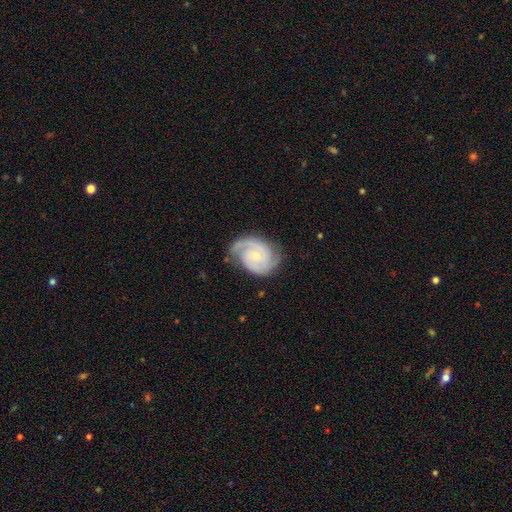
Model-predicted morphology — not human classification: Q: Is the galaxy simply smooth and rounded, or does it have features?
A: featured or disk — 87%.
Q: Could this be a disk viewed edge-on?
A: no — 98%.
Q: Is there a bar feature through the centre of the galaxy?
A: no — 68%.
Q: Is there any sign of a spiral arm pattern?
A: yes — 97%.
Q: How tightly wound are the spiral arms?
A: tight — 57%.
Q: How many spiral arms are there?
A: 2 — 71%.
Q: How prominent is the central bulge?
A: small — 60%.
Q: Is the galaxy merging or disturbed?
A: none — 73%.